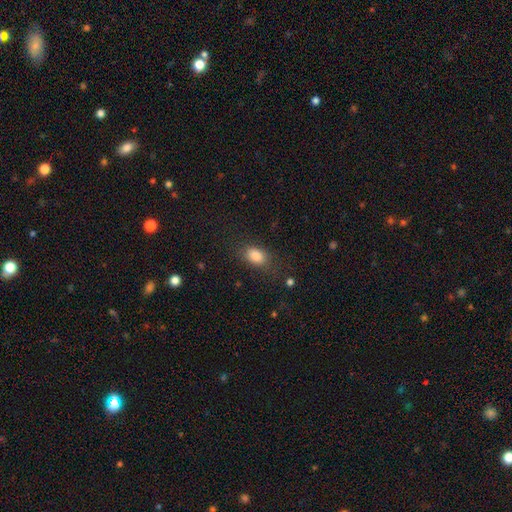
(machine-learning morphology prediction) A smooth galaxy with no disk features (85%) that is in between round and cigar-shaped (85%). Merging: none (76%).